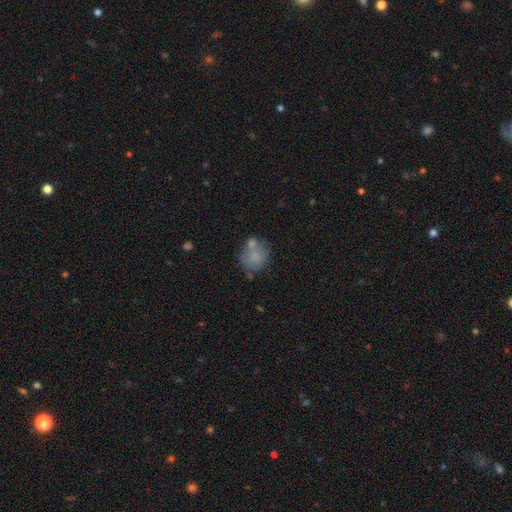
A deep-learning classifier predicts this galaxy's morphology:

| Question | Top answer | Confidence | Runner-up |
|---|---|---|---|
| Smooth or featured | smooth | 74% | featured or disk (17%) |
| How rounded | round | 75% | in between (24%) |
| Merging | none | 47% | merger (28%) |